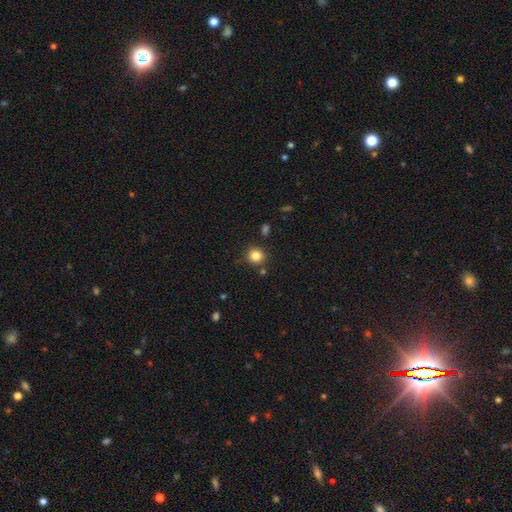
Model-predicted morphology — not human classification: Overall: smooth (83%). How rounded: round (90%). Merging: none (84%).